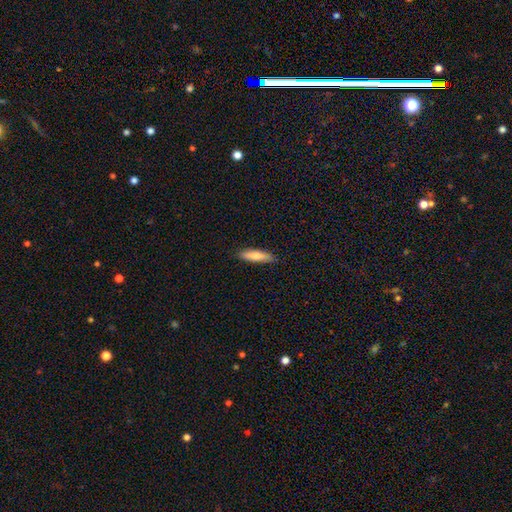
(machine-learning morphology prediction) smooth_or_featured: smooth (p=0.73) [alt: featured or disk p=0.21]
how_rounded: cigar-shaped (p=0.72) [alt: in between p=0.27]
merging: none (p=0.86) [alt: minor disturbance p=0.11]